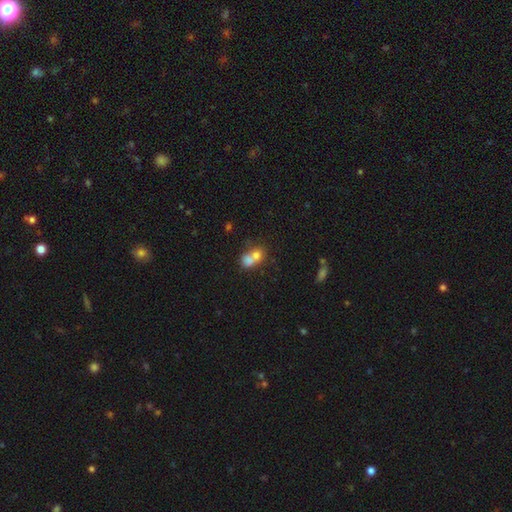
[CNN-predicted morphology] Smooth or featured: smooth — 72% (featured or disk — 18%)
How rounded: round — 58% (in between — 41%)
Merging: merger — 69% (none — 21%)